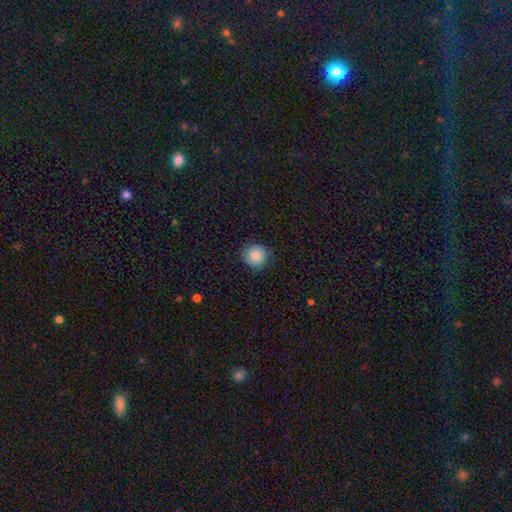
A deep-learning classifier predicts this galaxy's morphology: This is clearly a smooth galaxy (86%). How rounded: clearly round (92%). Merging: clearly none (86%).